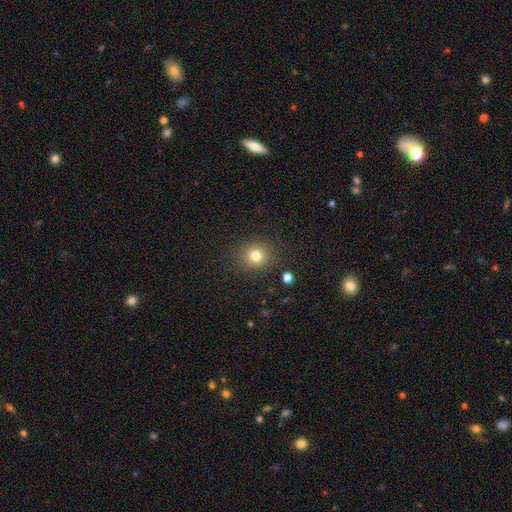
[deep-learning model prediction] A smooth galaxy with no disk features (79%) that is round (83%).

Vote fractions:
- Smooth or featured? smooth: 79% / star or artifact: 14% / featured or disk: 8%
- How rounded? round: 83% / in between: 16% / cigar-shaped: 1%
- Merging? none: 87% / minor disturbance: 8% / major disturbance: 3% / merger: 2%